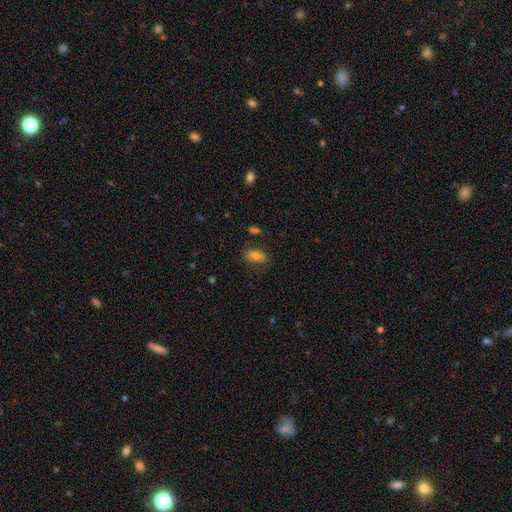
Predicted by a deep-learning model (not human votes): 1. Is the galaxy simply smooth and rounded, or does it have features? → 69% smooth, 20% featured or disk, 10% star or artifact.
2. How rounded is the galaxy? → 87% in between, 9% round, 4% cigar-shaped.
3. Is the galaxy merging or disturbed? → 75% none, 17% minor disturbance, 5% major disturbance, 3% merger.